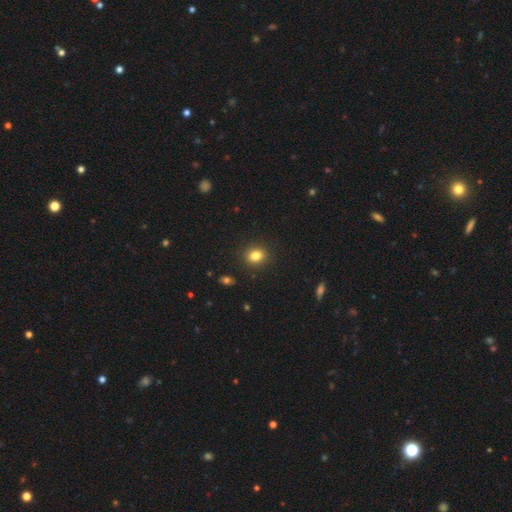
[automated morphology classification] Smooth or featured? Predicted: smooth (p=0.83). How rounded? Predicted: round (p=0.66). Merging? Predicted: none (p=0.90).